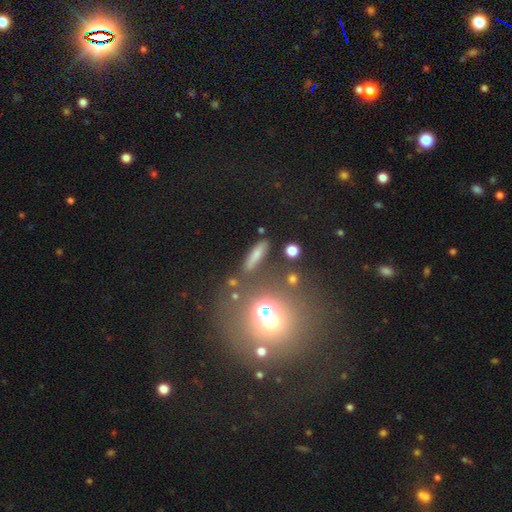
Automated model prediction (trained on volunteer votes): Q: Smooth or featured?
A: smooth (65%); runner-up: featured or disk (19%)
Q: How rounded?
A: cigar-shaped (72%); runner-up: in between (21%)
Q: Merging?
A: none (78%); runner-up: minor disturbance (12%)